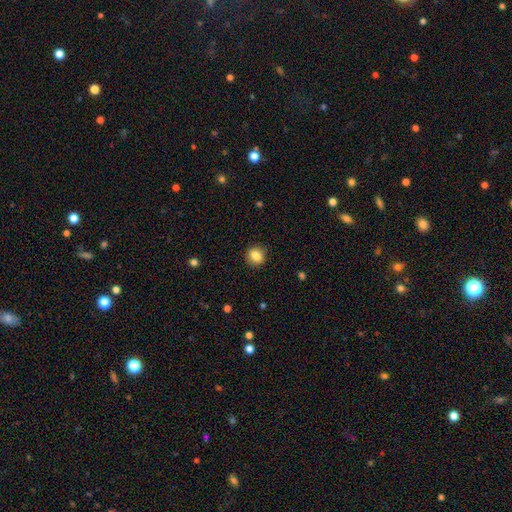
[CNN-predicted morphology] Smooth or featured?
  - smooth: 85% *
  - star or artifact: 9%
  - featured or disk: 6%
How rounded?
  - round: 73% *
  - in between: 25%
  - cigar-shaped: 1%
Merging?
  - none: 89% *
  - minor disturbance: 8%
  - major disturbance: 2%
  - merger: 1%